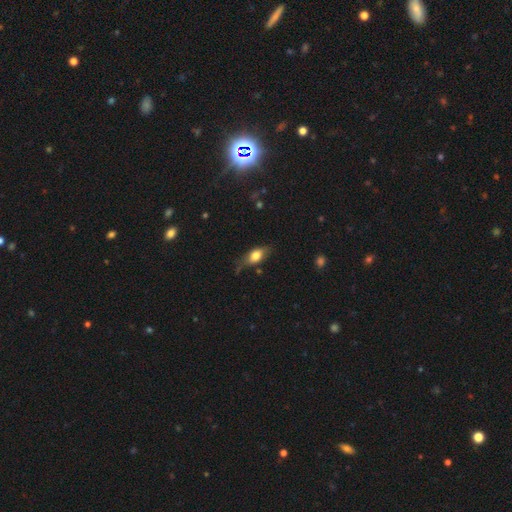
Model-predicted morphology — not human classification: Q: Smooth or featured?
A: smooth (68%); runner-up: featured or disk (24%)
Q: How rounded?
A: in between (80%); runner-up: cigar-shaped (12%)
Q: Merging?
A: none (61%); runner-up: minor disturbance (27%)